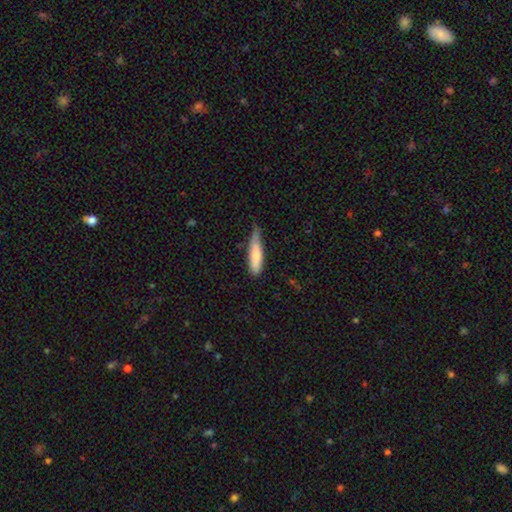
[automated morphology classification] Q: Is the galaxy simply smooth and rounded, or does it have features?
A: smooth — 78%.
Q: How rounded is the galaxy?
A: cigar-shaped — 74%.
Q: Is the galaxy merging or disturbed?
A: none — 46%.